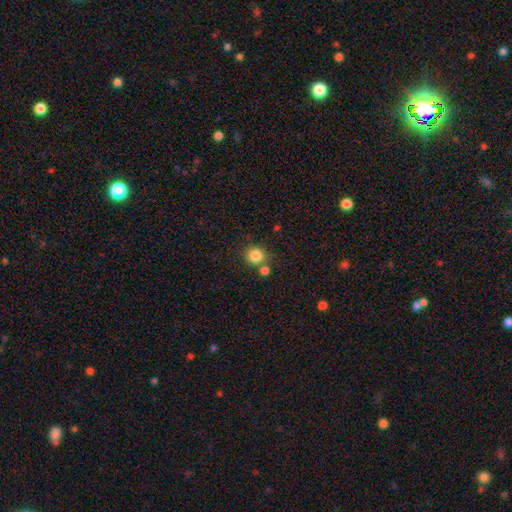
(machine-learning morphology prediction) This is clearly a smooth galaxy (84%). How rounded: clearly round (89%). Merging: likely none (70%).